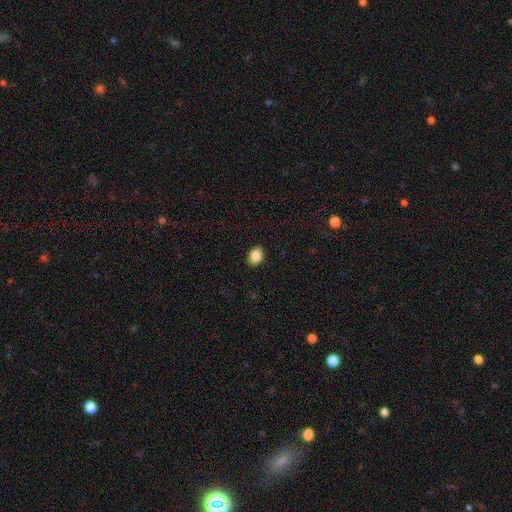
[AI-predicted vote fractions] This is clearly a smooth galaxy (87%). How rounded: likely in between (74%). Merging: clearly none (88%).